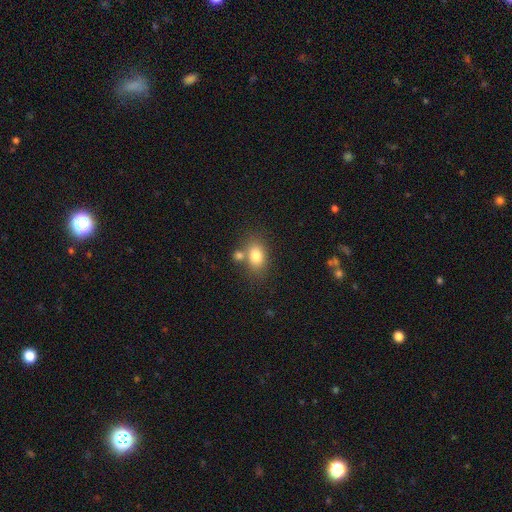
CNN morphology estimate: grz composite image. It shows a smooth galaxy with no disk features (80%) that is in between round and cigar-shaped (77%). Merging: none (60%).